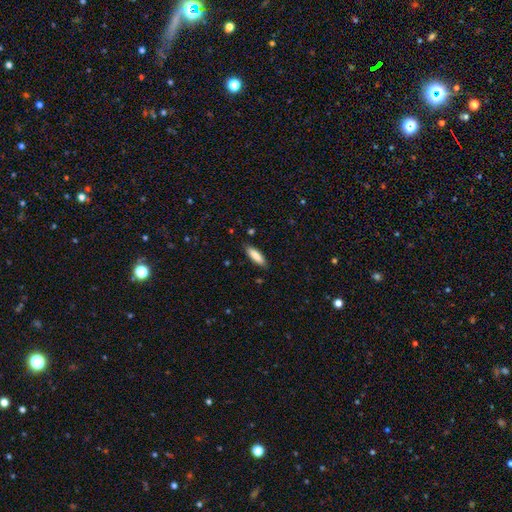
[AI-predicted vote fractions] Smooth or featured? Predicted: smooth (p=0.86). How rounded? Predicted: cigar-shaped (p=0.56). Merging? Predicted: none (p=0.87).